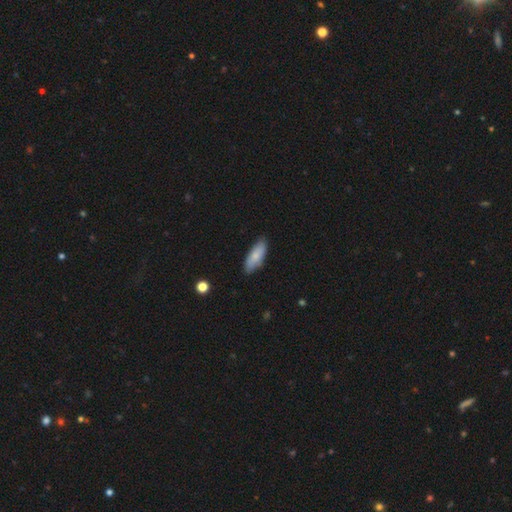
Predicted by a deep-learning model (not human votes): Overall: smooth (80%). How rounded: in between (73%). Merging: none (83%).